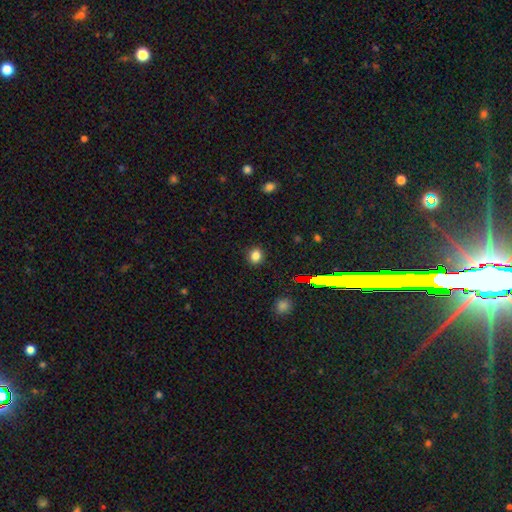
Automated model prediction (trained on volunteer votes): A smooth galaxy with no disk features (80%) that is round (68%).

Vote fractions:
- Smooth or featured? smooth: 80% / star or artifact: 15% / featured or disk: 5%
- How rounded? round: 68% / in between: 31% / cigar-shaped: 1%
- Merging? none: 89% / minor disturbance: 7% / major disturbance: 2% / merger: 1%